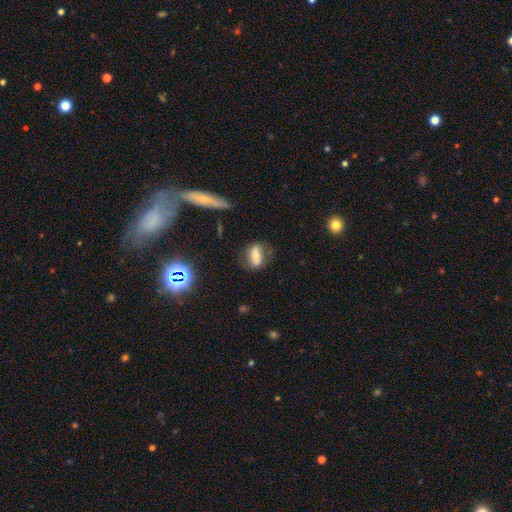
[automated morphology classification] type=smooth (58%); roundness=in between (75%); merging=none (67%).